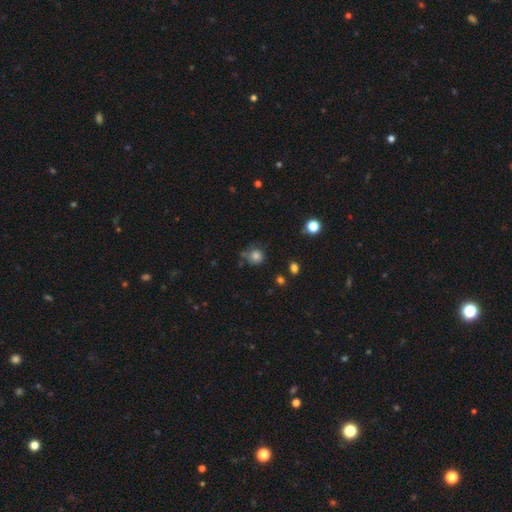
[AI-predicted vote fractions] A smooth galaxy with no disk features (78%) that is round (86%). Merging: none (60%).